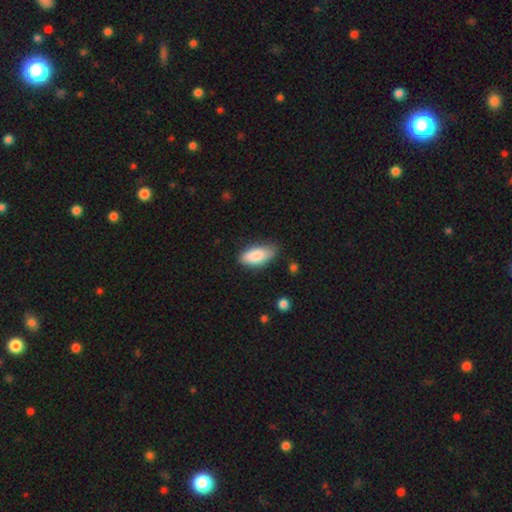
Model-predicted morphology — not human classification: smooth_or_featured: smooth (p=0.85) [alt: featured or disk p=0.09]
how_rounded: in between (p=0.89) [alt: cigar-shaped p=0.09]
merging: none (p=0.73) [alt: minor disturbance p=0.22]